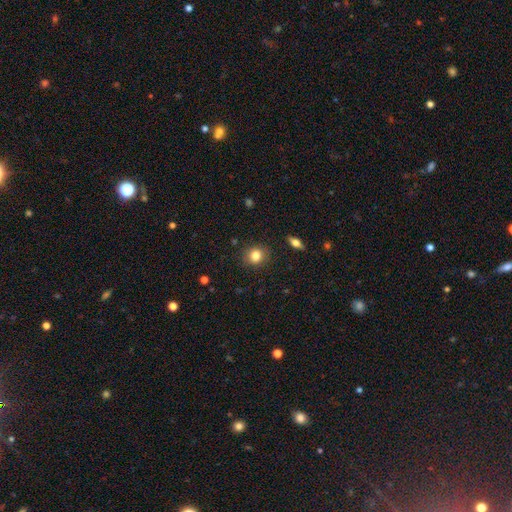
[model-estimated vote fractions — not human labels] The model was most divided on "how rounded": round: 81%, in between: 18%, cigar-shaped: 1%. More confident: merging — none (88%); smooth or featured — smooth (82%).